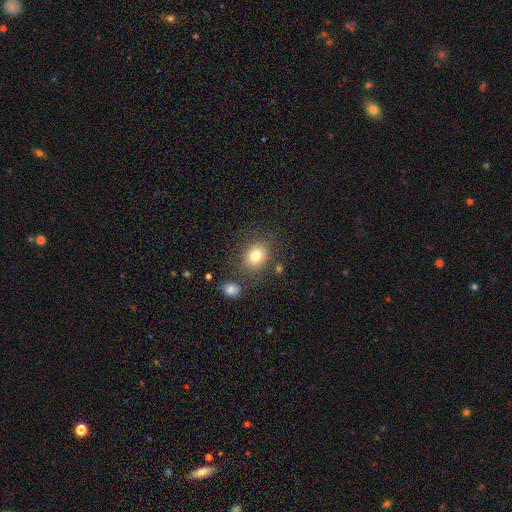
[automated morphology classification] smooth_or_featured: smooth (p=0.79) [alt: star or artifact p=0.11]
how_rounded: round (p=0.53) [alt: in between p=0.46]
merging: none (p=0.75) [alt: minor disturbance p=0.13]